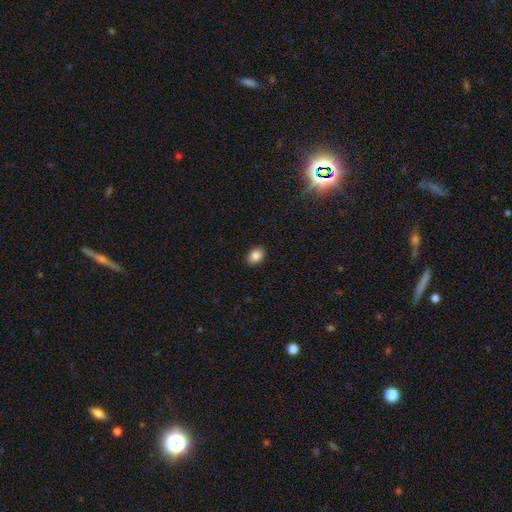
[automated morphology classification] Smooth or featured: smooth — 87% (star or artifact — 9%)
How rounded: in between — 80% (round — 19%)
Merging: none — 90% (minor disturbance — 7%)